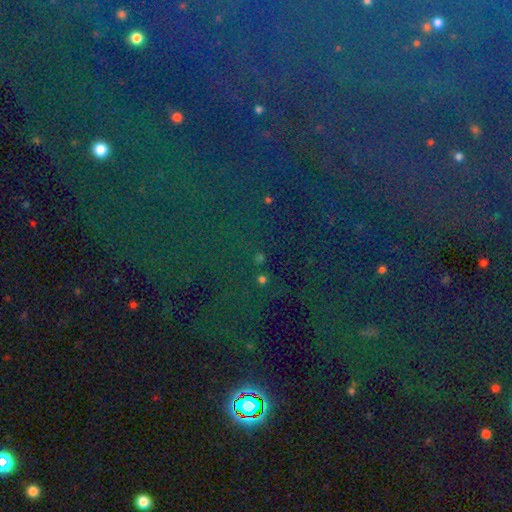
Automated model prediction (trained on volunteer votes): Q: Smooth or featured?
A: star or artifact (82%); runner-up: smooth (10%)